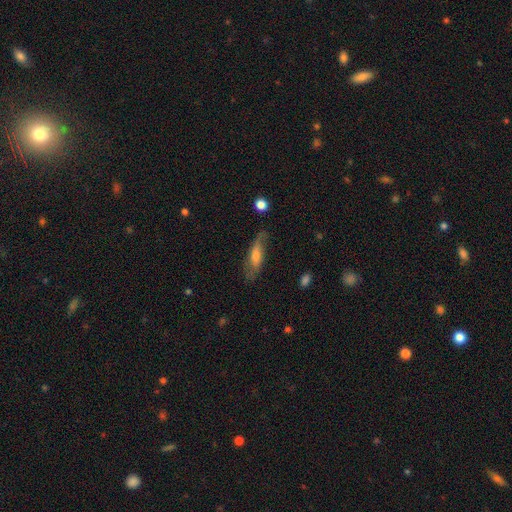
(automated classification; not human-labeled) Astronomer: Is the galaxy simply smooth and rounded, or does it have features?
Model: smooth — 48% (runner-up: featured or disk, 44%).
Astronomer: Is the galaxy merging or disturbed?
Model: none — 65%.